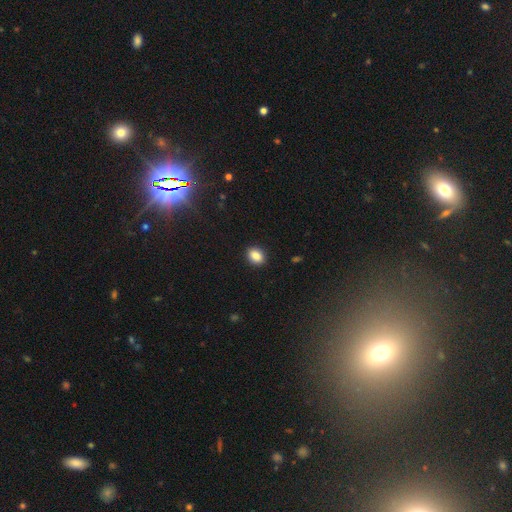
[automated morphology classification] Q: Smooth or featured?
A: smooth (87%); runner-up: star or artifact (9%)
Q: How rounded?
A: in between (63%); runner-up: round (36%)
Q: Merging?
A: none (91%); runner-up: minor disturbance (6%)